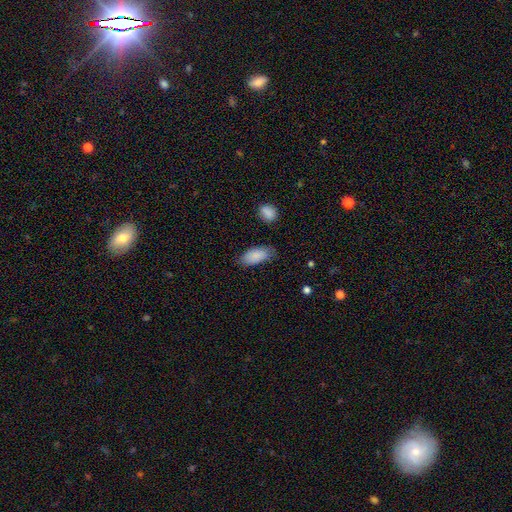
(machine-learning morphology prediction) smooth_or_featured: smooth (p=0.87) [alt: featured or disk p=0.07]
how_rounded: in between (p=0.91) [alt: cigar-shaped p=0.07]
merging: none (p=0.70) [alt: minor disturbance p=0.23]